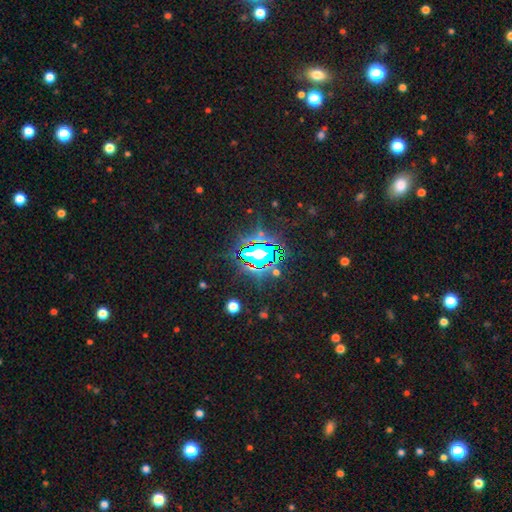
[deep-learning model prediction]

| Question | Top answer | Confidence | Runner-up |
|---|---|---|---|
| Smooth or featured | star or artifact | 75% | smooth (13%) |